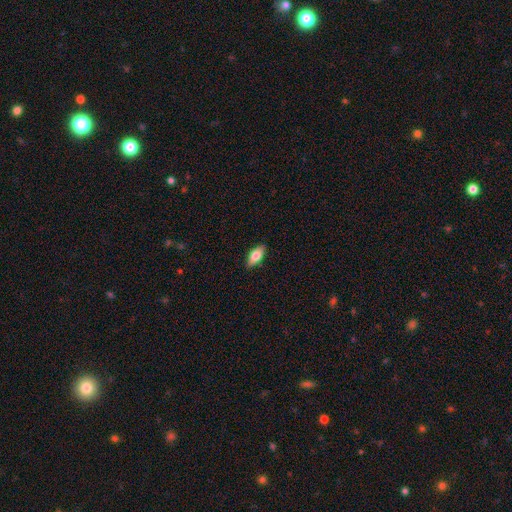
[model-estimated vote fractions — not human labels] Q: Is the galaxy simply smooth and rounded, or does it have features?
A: smooth — 75%.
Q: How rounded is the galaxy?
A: in between — 83%.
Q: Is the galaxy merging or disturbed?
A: none — 88%.